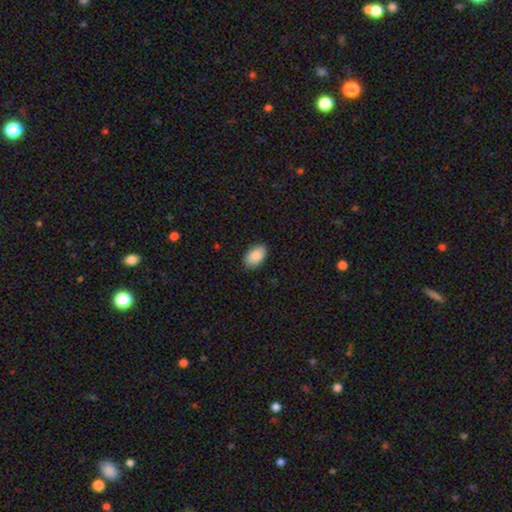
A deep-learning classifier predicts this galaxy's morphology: Smooth or featured? smooth (90%)
How rounded? in between (94%)
Merging? none (88%)